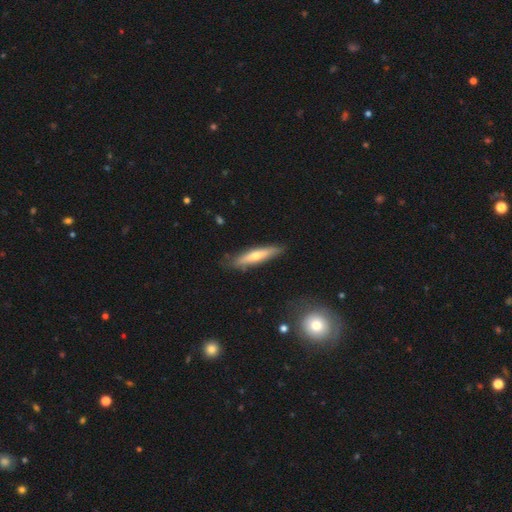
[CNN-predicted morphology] Q: Smooth or featured?
A: smooth (47%); tied with: featured or disk (47%)
Q: Merging?
A: none (85%); runner-up: minor disturbance (11%)